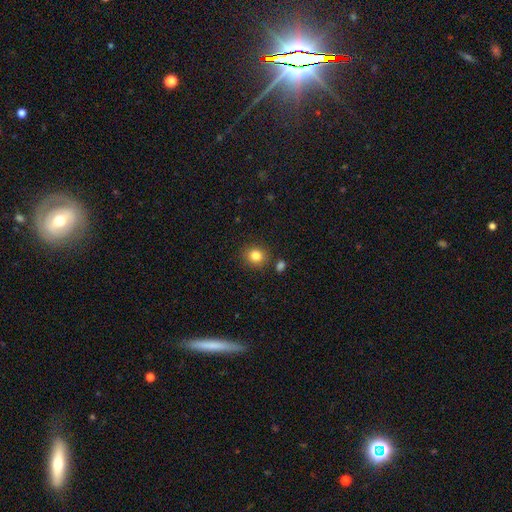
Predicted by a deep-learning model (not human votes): Smooth or featured? smooth (83%)
How rounded? round (81%)
Merging? none (84%)